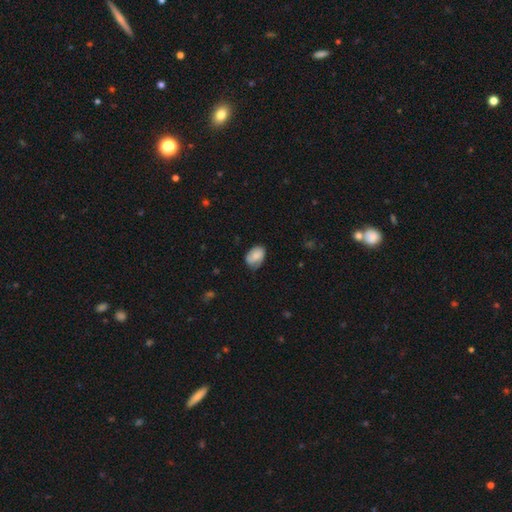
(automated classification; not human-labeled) Smooth or featured? Predicted: smooth (p=0.79). How rounded? Predicted: in between (p=0.83). Merging? Predicted: none (p=0.61).